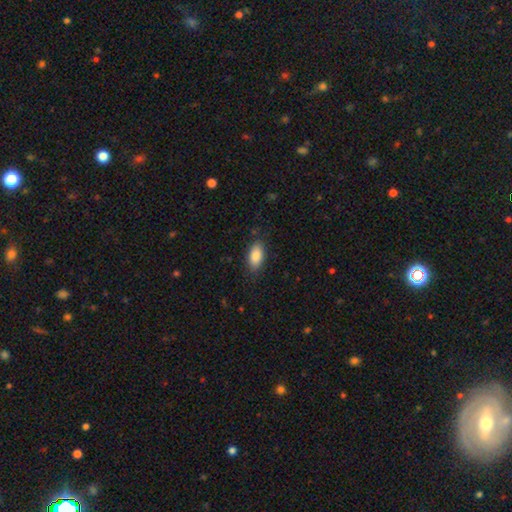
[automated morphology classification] Smooth or featured?
  - smooth: 87% *
  - featured or disk: 7%
  - star or artifact: 7%
How rounded?
  - in between: 92% *
  - cigar-shaped: 5%
  - round: 3%
Merging?
  - none: 84% *
  - minor disturbance: 12%
  - major disturbance: 3%
  - merger: 1%